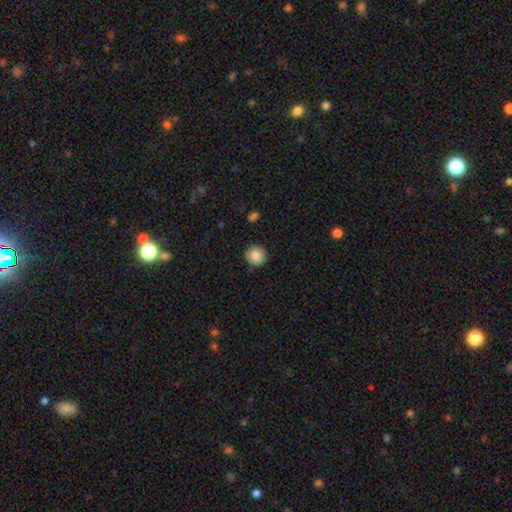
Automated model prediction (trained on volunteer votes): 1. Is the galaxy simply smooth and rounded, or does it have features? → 84% smooth, 8% star or artifact, 7% featured or disk.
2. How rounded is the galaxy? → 93% round, 7% in between, 1% cigar-shaped.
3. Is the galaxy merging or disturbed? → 89% none, 8% minor disturbance, 2% major disturbance, 1% merger.